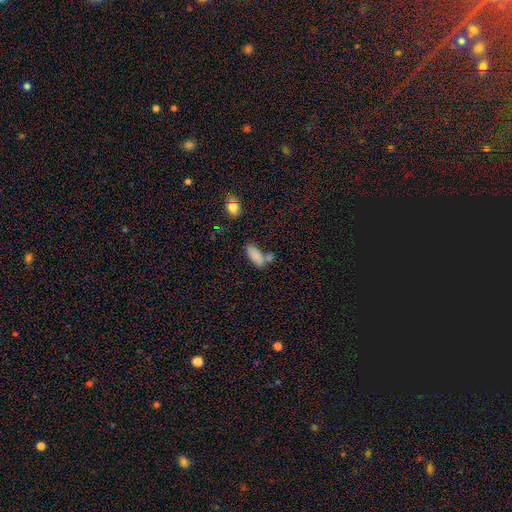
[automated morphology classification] A smooth galaxy with no disk features (83%) that is in between round and cigar-shaped (78%).

Vote fractions:
- Smooth or featured? smooth: 83% / star or artifact: 9% / featured or disk: 8%
- How rounded? in between: 78% / cigar-shaped: 19% / round: 3%
- Merging? none: 51% / merger: 27% / minor disturbance: 16% / major disturbance: 6%